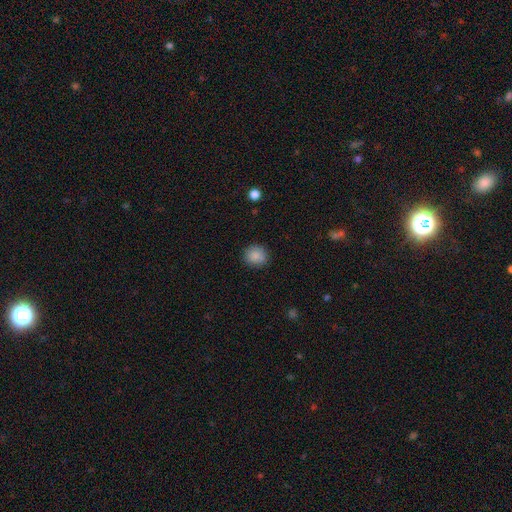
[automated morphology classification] Smooth or featured? Predicted: smooth (p=0.87). How rounded? Predicted: round (p=0.83). Merging? Predicted: none (p=0.88).